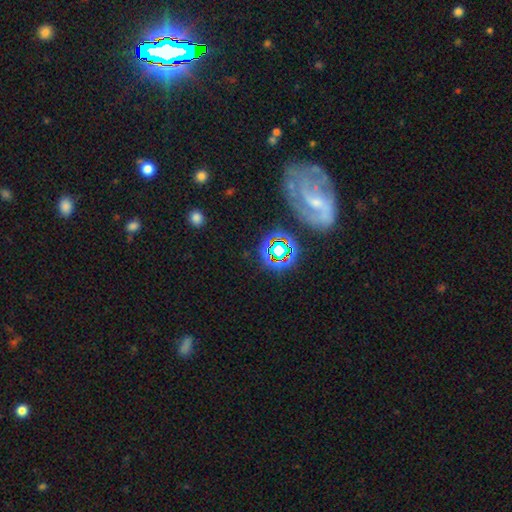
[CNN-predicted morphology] Smooth or featured: featured or disk — 47% (star or artifact — 32%)
Merging: none — 66% (minor disturbance — 15%)